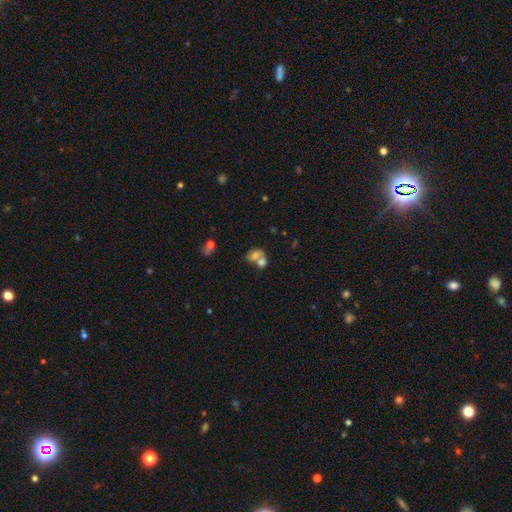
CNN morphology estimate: smooth-or-featured: smooth: 65% | featured or disk: 23% | star or artifact: 12%
  how-rounded: in between: 62% | round: 37% | cigar-shaped: 2%
  merging: merger: 61% | none: 23% | minor disturbance: 9% | major disturbance: 6%